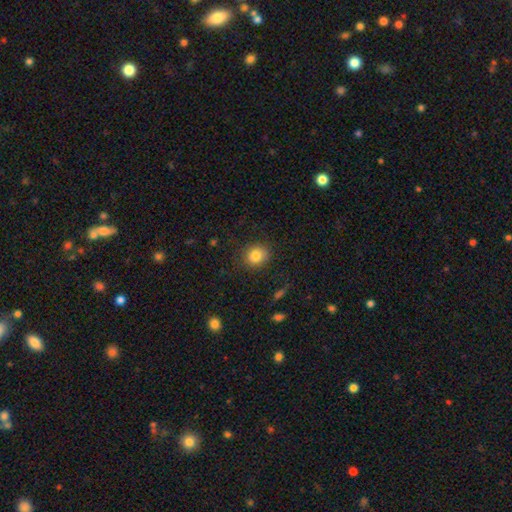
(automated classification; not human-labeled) Smooth or featured? smooth (83%)
How rounded? round (74%)
Merging? none (86%)